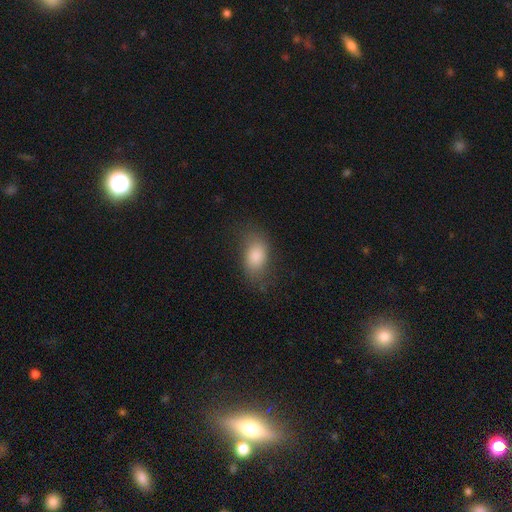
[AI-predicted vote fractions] Morphology: type=smooth (79%); roundness=in between (87%); merging=none (69%).